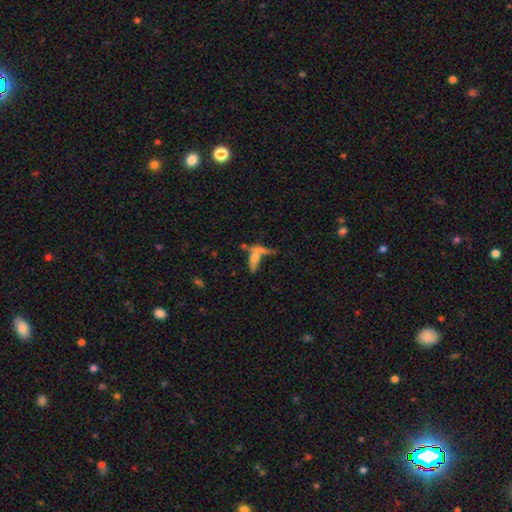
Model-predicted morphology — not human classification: This is possibly a smooth galaxy (54%). How rounded: possibly in between (48%). Merging: possibly merger (48%).